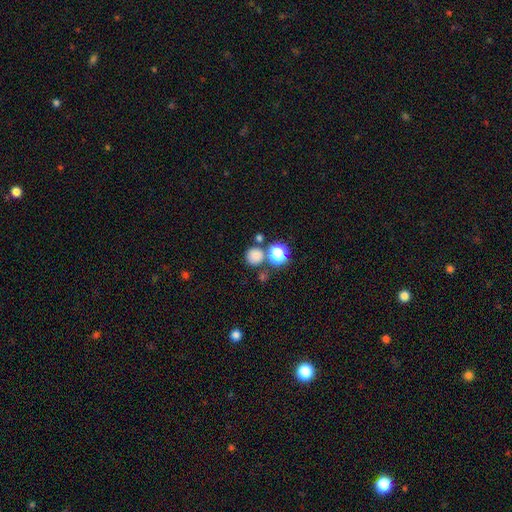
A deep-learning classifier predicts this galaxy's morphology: Smooth or featured? smooth (78%)
How rounded? round (90%)
Merging? none (68%)